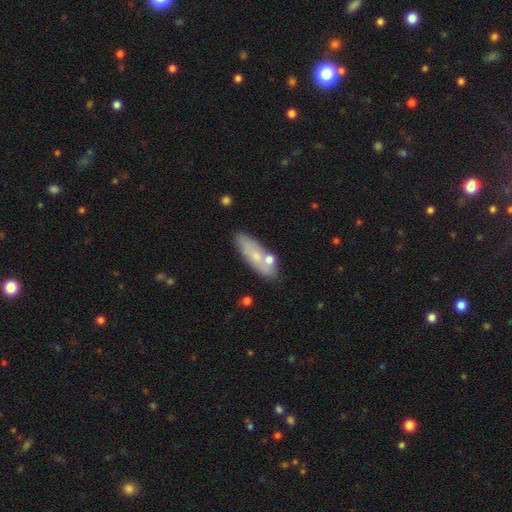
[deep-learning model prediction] smooth 60%, featured or disk 32%, star or artifact 8%. Down the decision tree: how rounded — in between (53%); merging — none (72%).